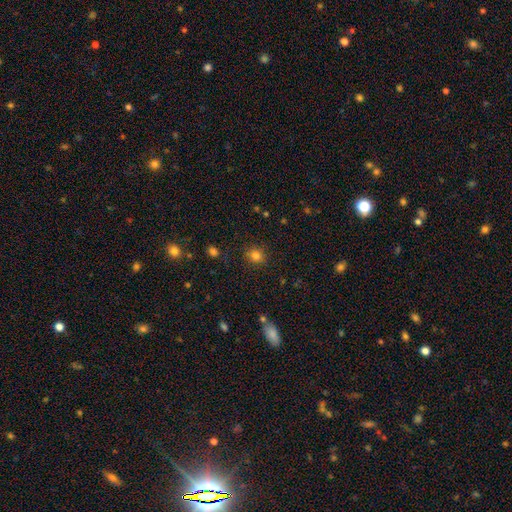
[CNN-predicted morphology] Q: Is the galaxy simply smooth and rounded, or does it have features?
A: smooth — 81%.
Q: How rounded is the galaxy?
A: round — 84%.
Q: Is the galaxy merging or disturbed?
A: none — 88%.